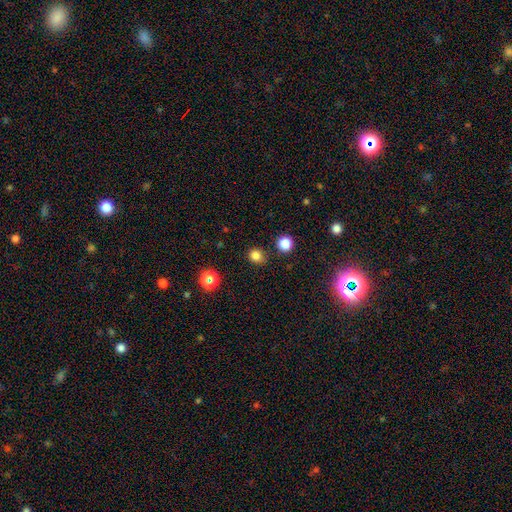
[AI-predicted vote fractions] The model was most divided on "how rounded": round: 80%, in between: 19%, cigar-shaped: 1%. More confident: merging — none (84%); smooth or featured — smooth (81%).